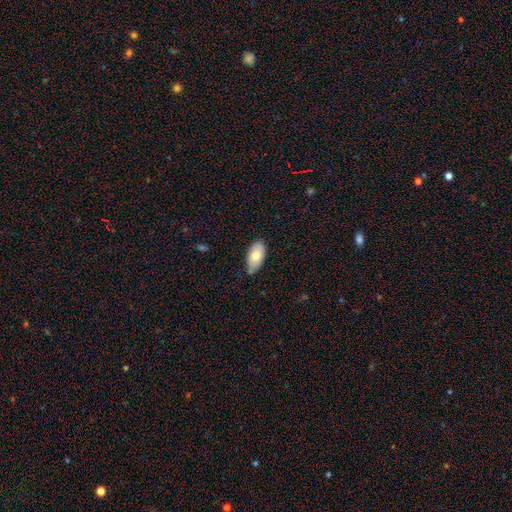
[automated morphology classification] A smooth galaxy with no disk features (69%) that is in between round and cigar-shaped (94%). Merging: none (70%).